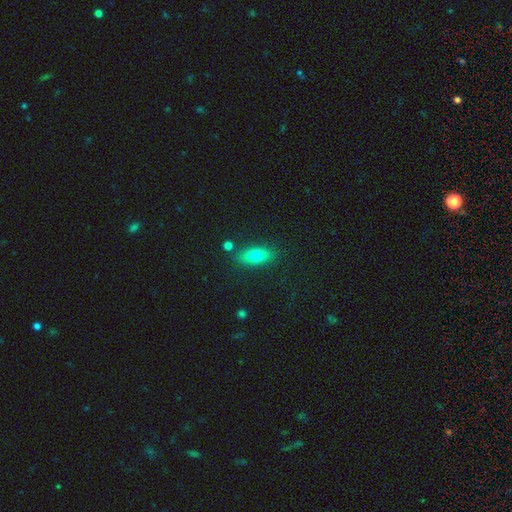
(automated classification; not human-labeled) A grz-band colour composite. It shows a smooth galaxy with no disk features (71%) that is in between round and cigar-shaped (73%). Merging: none (83%).